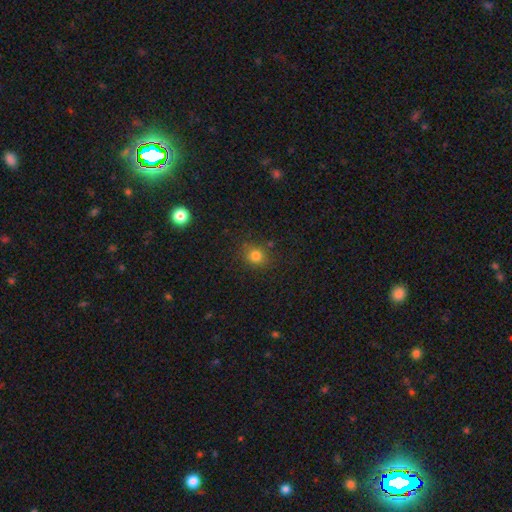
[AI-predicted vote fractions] A smooth galaxy with no disk features (77%) that is round (77%).

Vote fractions:
- Smooth or featured? smooth: 77% / star or artifact: 16% / featured or disk: 7%
- How rounded? round: 77% / in between: 22% / cigar-shaped: 1%
- Merging? none: 81% / minor disturbance: 12% / major disturbance: 4% / merger: 3%